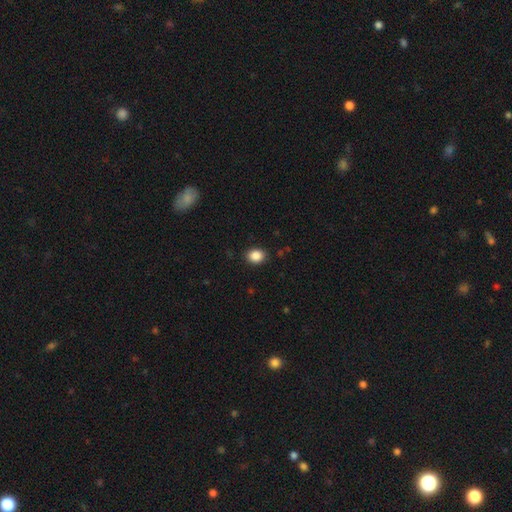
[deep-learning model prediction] A smooth galaxy with no disk features (88%) that is round (53%). Merging: none (89%).